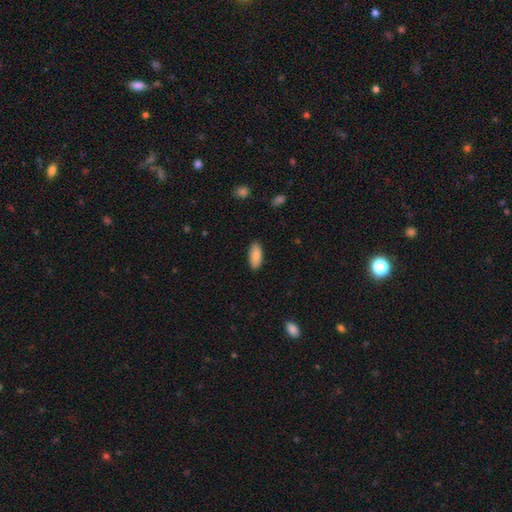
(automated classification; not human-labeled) Morphology: type=smooth (89%); roundness=in between (86%); merging=none (88%).